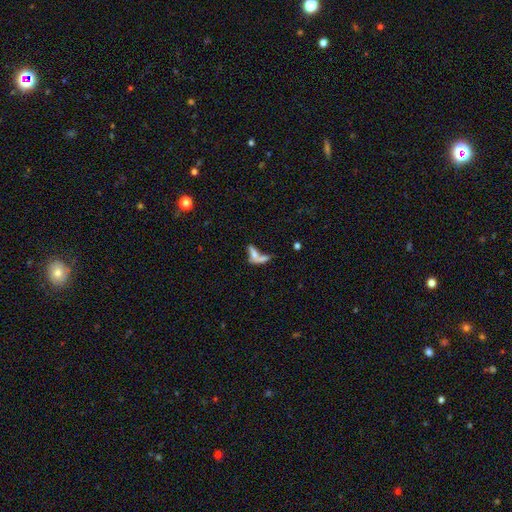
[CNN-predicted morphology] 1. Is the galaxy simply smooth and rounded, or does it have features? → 52% smooth, 35% featured or disk, 12% star or artifact.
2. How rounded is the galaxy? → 56% in between, 36% cigar-shaped, 7% round.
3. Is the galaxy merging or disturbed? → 55% merger, 22% none, 14% major disturbance, 10% minor disturbance.